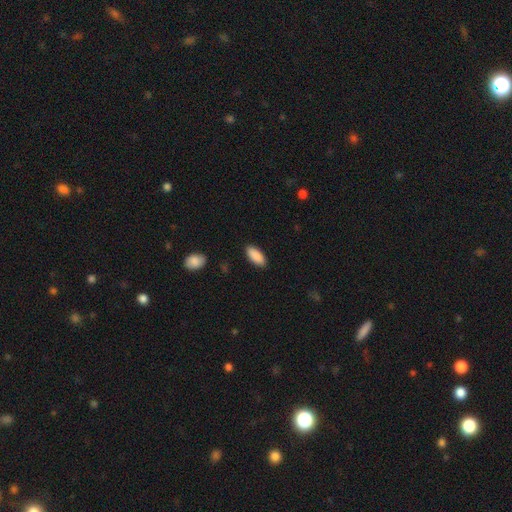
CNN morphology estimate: The model was most divided on "how rounded": in between: 87%, cigar-shaped: 11%, round: 2%. More confident: smooth or featured — smooth (90%); merging — none (88%).